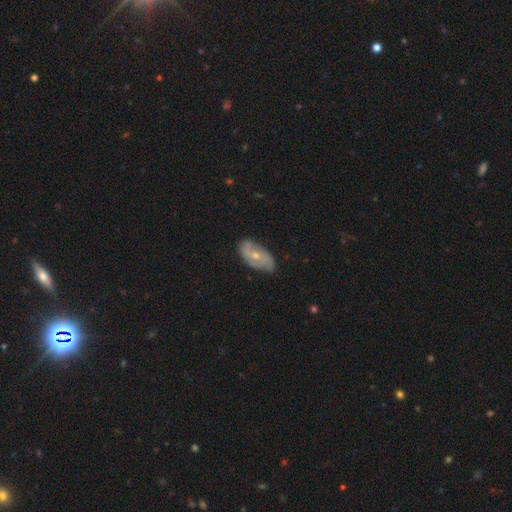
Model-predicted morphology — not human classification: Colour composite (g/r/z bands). It shows a featured or disk galaxy (58%) with no bar (68%), spiral arms (66%) and a moderate central bulge (50%). Merging: none (71%).